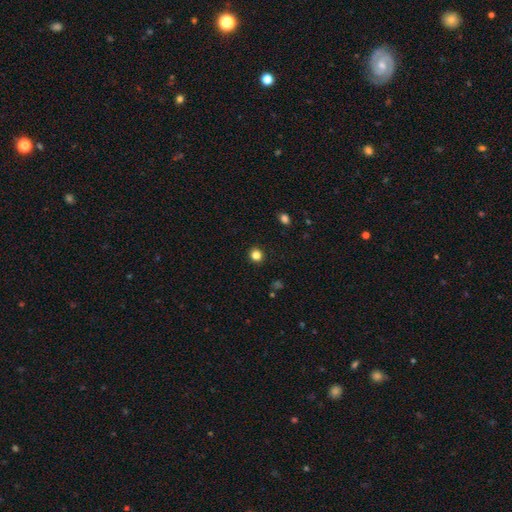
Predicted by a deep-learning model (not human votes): A smooth galaxy with no disk features (83%) that is round (91%). Merging: none (92%).